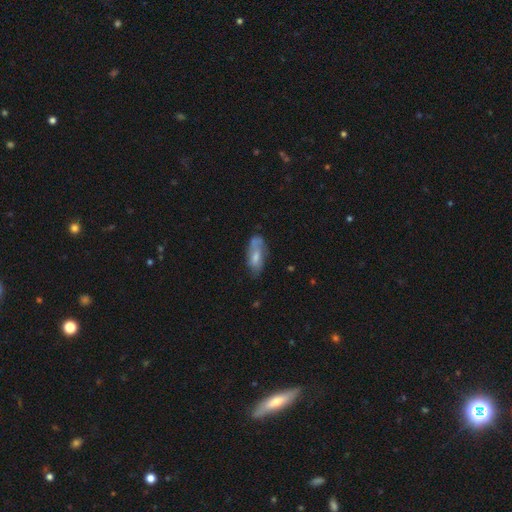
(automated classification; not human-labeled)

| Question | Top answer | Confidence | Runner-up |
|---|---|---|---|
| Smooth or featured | smooth | 58% | featured or disk (35%) |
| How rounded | in between | 81% | cigar-shaped (16%) |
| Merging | none | 52% | minor disturbance (29%) |